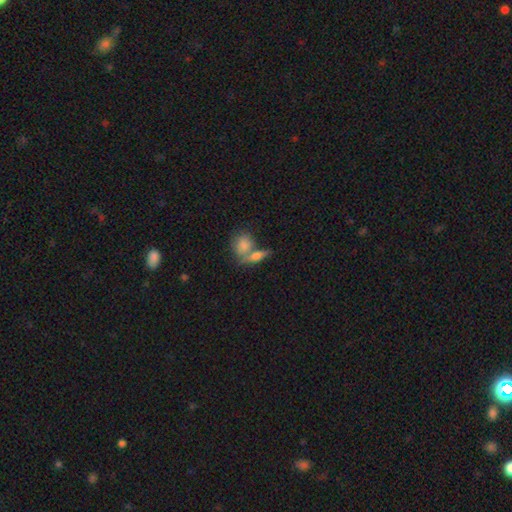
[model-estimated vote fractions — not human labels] Smooth or featured: smooth — 63% (featured or disk — 28%)
How rounded: in between — 55% (cigar-shaped — 26%)
Merging: none — 46% (merger — 41%)